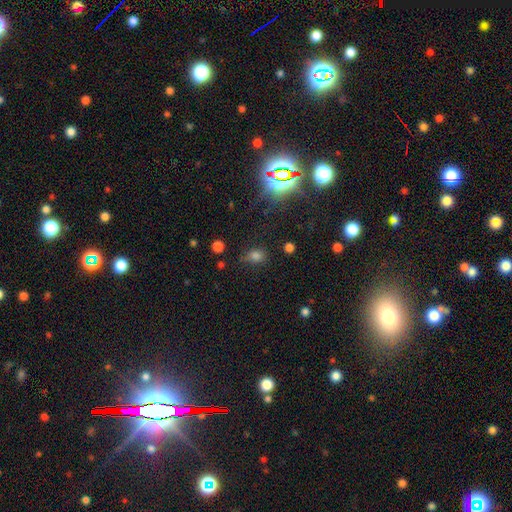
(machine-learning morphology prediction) smooth-or-featured: smooth: 72% | star or artifact: 22% | featured or disk: 6%
  how-rounded: in between: 50% | round: 48% | cigar-shaped: 2%
  merging: none: 66% | minor disturbance: 23% | major disturbance: 8% | merger: 3%